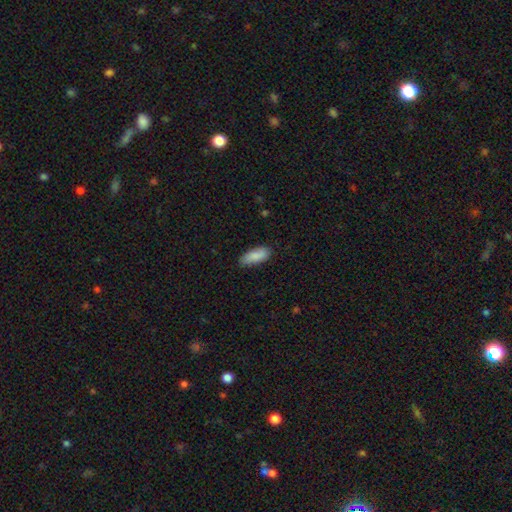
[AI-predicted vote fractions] Q: Smooth or featured?
A: smooth (88%); runner-up: star or artifact (6%)
Q: How rounded?
A: in between (75%); runner-up: cigar-shaped (23%)
Q: Merging?
A: none (81%); runner-up: minor disturbance (15%)